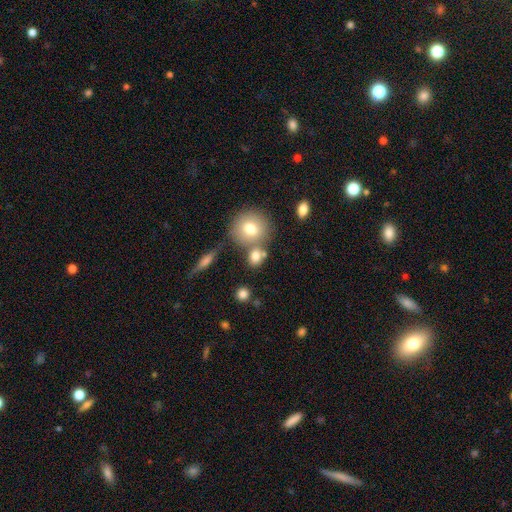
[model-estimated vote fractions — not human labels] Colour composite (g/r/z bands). It shows a smooth galaxy with no disk features (77%) that is round (65%). Merging: none (55%).